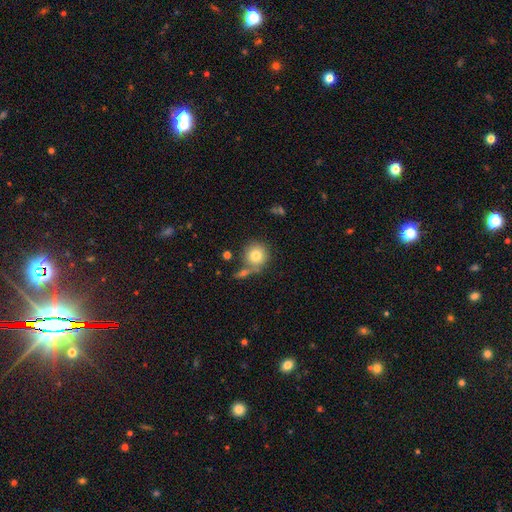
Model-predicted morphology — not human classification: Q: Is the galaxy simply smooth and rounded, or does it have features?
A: smooth — 79%.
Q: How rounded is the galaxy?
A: round — 92%.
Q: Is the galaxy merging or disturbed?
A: none — 65%.